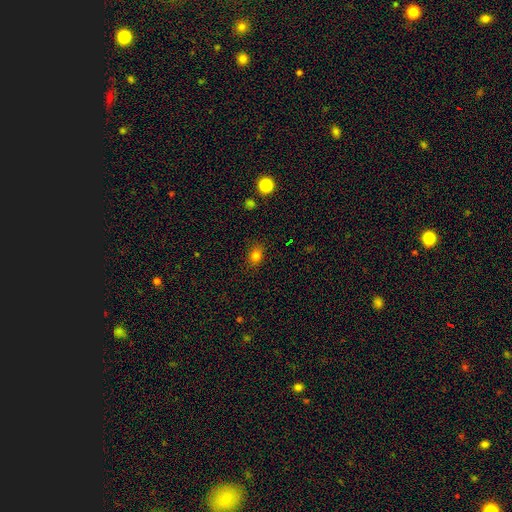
Q: Smooth or featured?
A: smooth (82%); runner-up: star or artifact (12%)
Q: How rounded?
A: round (58%); runner-up: in between (39%)
Q: Merging?
A: none (71%); runner-up: minor disturbance (17%)